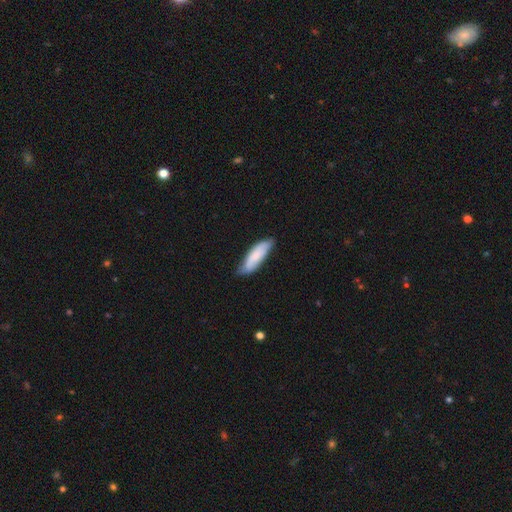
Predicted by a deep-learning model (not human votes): Smooth or featured? Predicted: smooth (p=0.75). How rounded? Predicted: in between (p=0.51). Merging? Predicted: none (p=0.68).